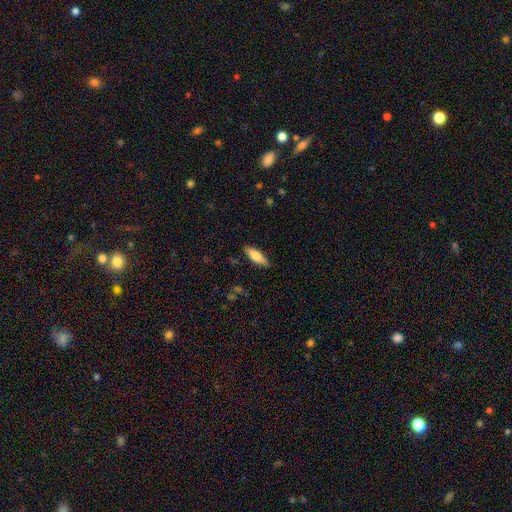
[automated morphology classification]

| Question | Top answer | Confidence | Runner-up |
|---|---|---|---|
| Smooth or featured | smooth | 75% | featured or disk (19%) |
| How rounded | in between | 54% | cigar-shaped (44%) |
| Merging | none | 85% | minor disturbance (12%) |